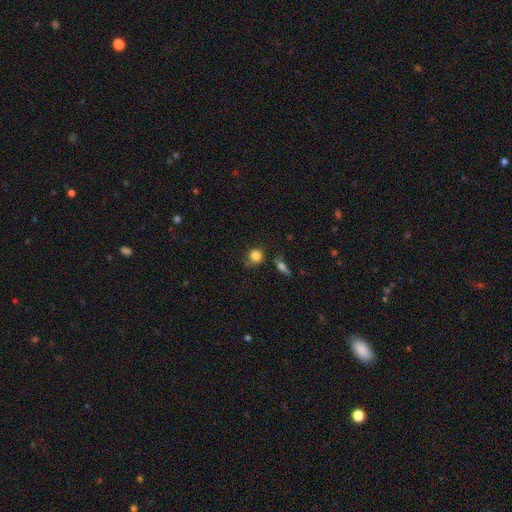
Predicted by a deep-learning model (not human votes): This is clearly a smooth galaxy (82%). How rounded: clearly round (81%). Merging: likely none (63%).